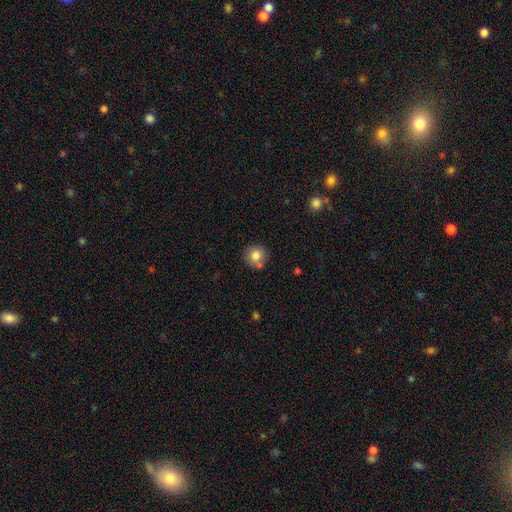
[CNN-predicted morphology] smooth 81%, star or artifact 10%, featured or disk 9%. Down the decision tree: how rounded — round (91%); merging — none (70%).